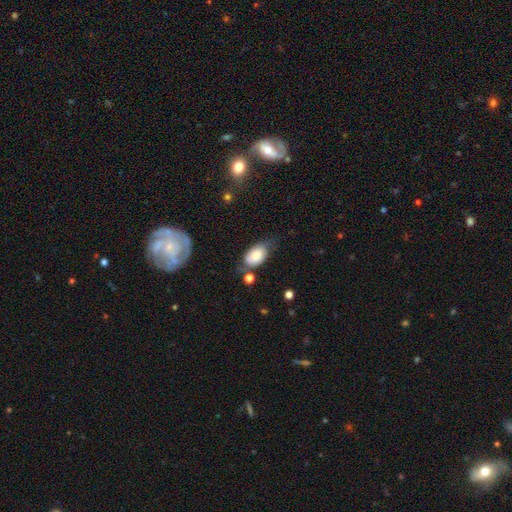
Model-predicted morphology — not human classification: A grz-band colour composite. It shows a smooth galaxy with no disk features (76%) that is in between round and cigar-shaped (91%). Merging: none (47%).